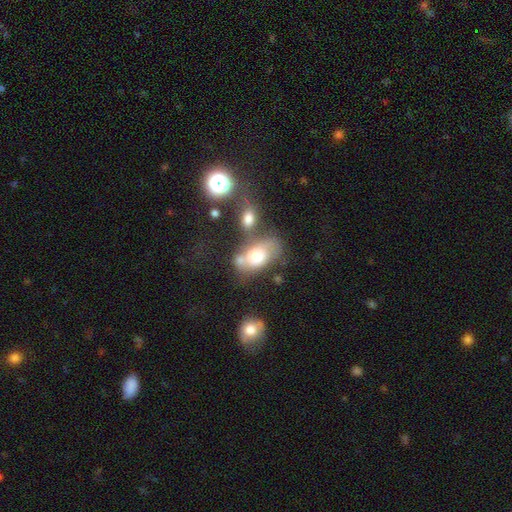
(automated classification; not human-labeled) smooth 62%, featured or disk 27%, star or artifact 11%. Down the decision tree: how rounded — in between (84%); merging — none (35%).